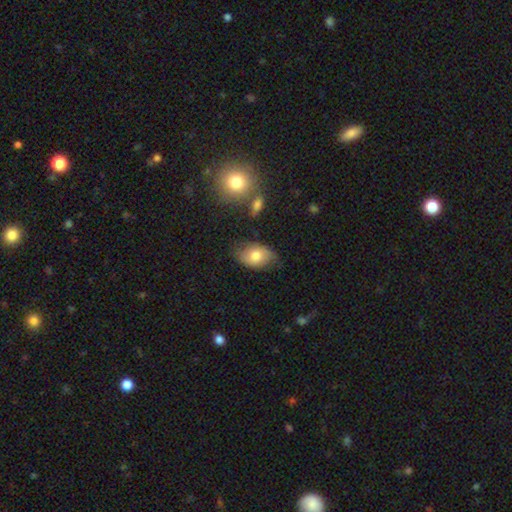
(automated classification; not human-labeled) A smooth galaxy with no disk features (70%) that is in between round and cigar-shaped (86%). Merging: none (67%).